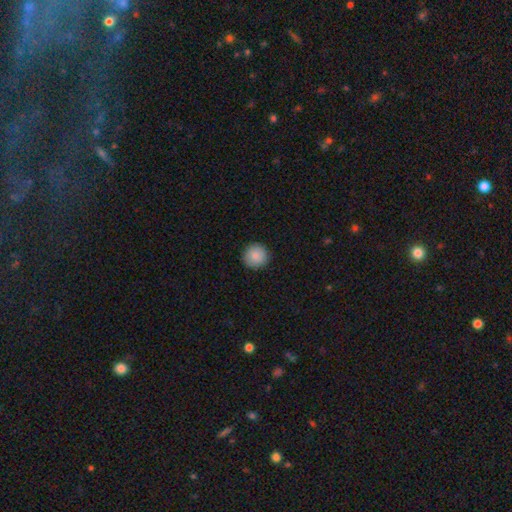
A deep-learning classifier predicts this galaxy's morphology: This appears to be a smooth galaxy with no disk features (88%) that is round (95%). Merging: none (92%).